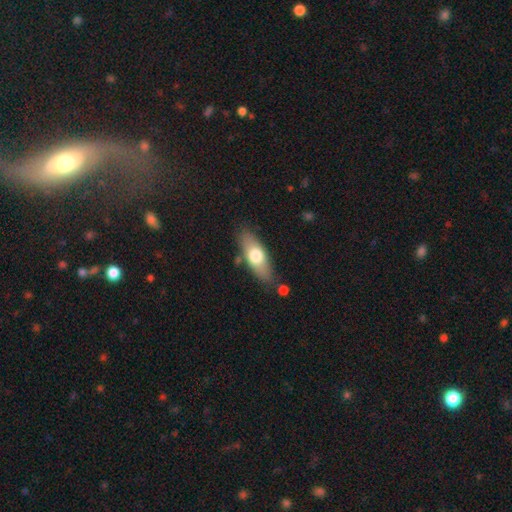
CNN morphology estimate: A smooth galaxy with no disk features (64%) that is in between round and cigar-shaped (65%).

Vote fractions:
- Smooth or featured? smooth: 64% / featured or disk: 30% / star or artifact: 6%
- How rounded? in between: 65% / cigar-shaped: 32% / round: 3%
- Merging? none: 79% / minor disturbance: 13% / merger: 5% / major disturbance: 3%